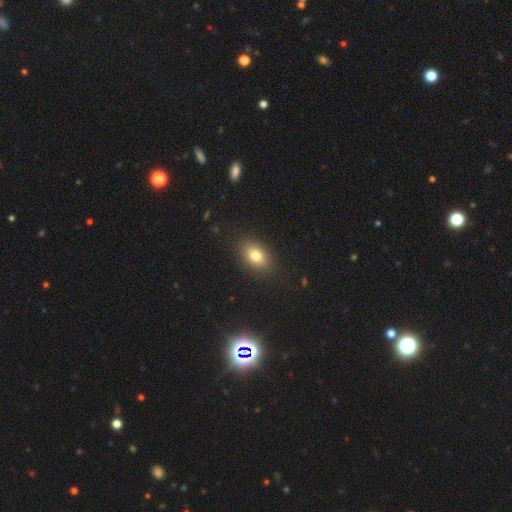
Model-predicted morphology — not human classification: The model was most divided on "how rounded": in between: 81%, round: 18%, cigar-shaped: 2%. More confident: merging — none (87%); smooth or featured — smooth (79%).